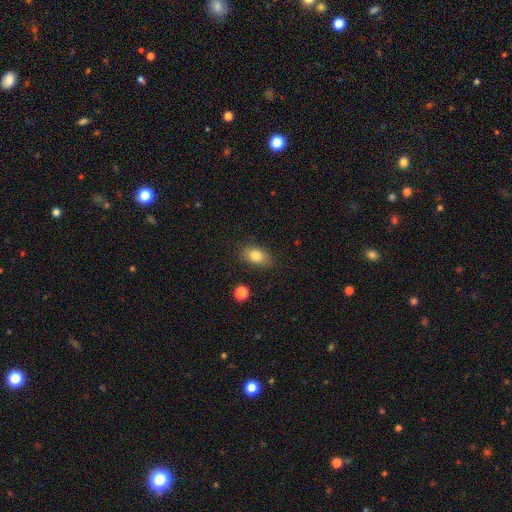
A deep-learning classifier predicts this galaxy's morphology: This appears to be a smooth galaxy with no disk features (82%) that is in between round and cigar-shaped (86%). Merging: none (84%).